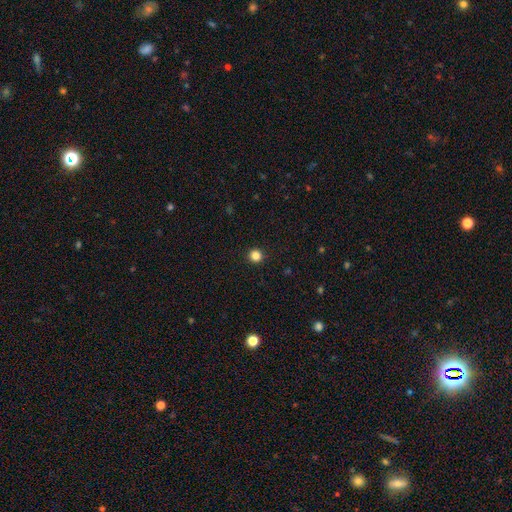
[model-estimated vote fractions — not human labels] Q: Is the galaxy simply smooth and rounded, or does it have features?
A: smooth — 84%.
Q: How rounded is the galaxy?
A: round — 95%.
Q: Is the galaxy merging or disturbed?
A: none — 93%.